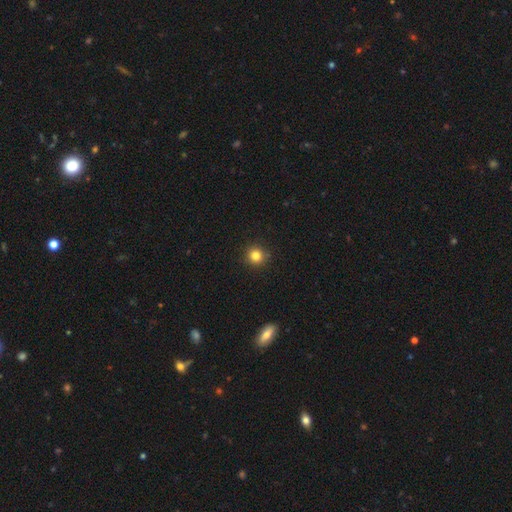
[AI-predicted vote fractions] smooth_or_featured: smooth (p=0.82) [alt: star or artifact p=0.12]
how_rounded: round (p=0.94) [alt: in between p=0.05]
merging: none (p=0.91) [alt: minor disturbance p=0.06]